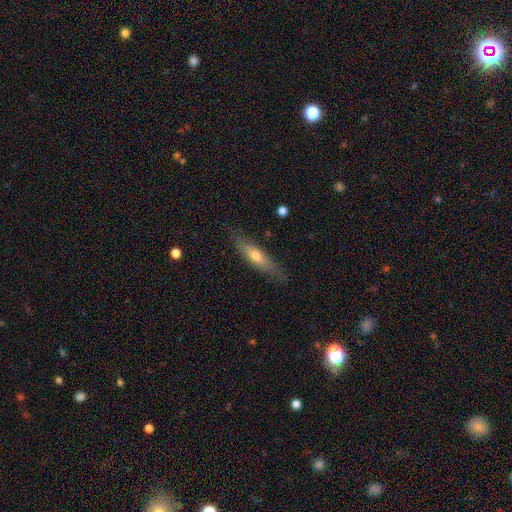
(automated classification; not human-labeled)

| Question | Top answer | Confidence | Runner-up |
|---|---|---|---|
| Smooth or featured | smooth | 51% | featured or disk (43%) |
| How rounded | cigar-shaped | 74% | in between (24%) |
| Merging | none | 82% | minor disturbance (14%) |